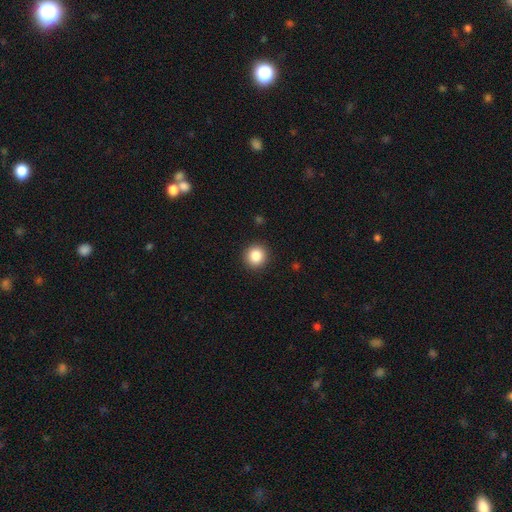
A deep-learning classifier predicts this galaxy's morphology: This is clearly a smooth galaxy (86%). How rounded: clearly round (94%). Merging: clearly none (92%).